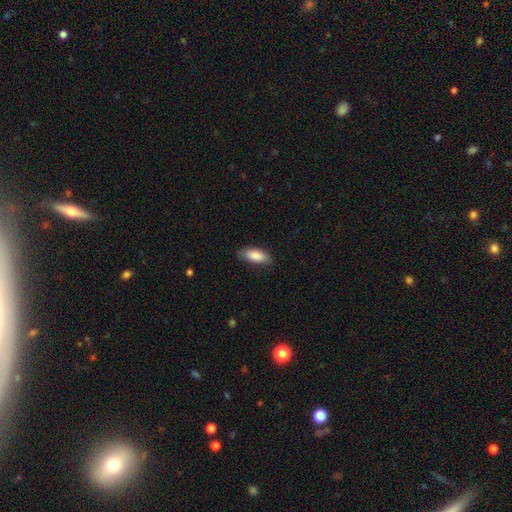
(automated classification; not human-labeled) smooth 86%, featured or disk 7%, star or artifact 6%. Down the decision tree: how rounded — in between (83%); merging — none (77%).